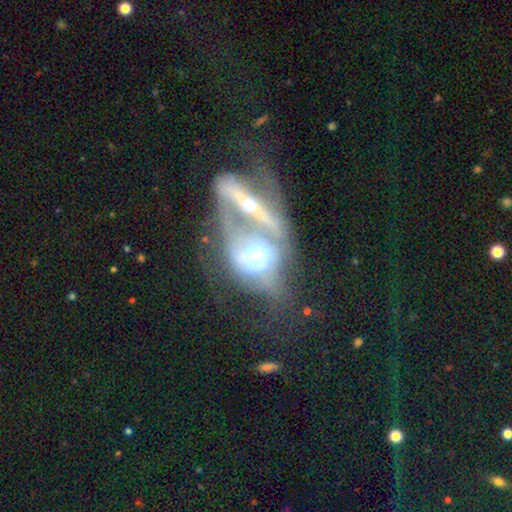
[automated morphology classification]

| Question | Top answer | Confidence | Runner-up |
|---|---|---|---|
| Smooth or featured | featured or disk | 69% | smooth (23%) |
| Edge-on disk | no | 84% | yes (16%) |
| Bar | no | 52% | strong (24%) |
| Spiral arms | no | 51% | yes (49%) |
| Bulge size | moderate | 59% | large (20%) |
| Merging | merger | 73% | major disturbance (12%) |